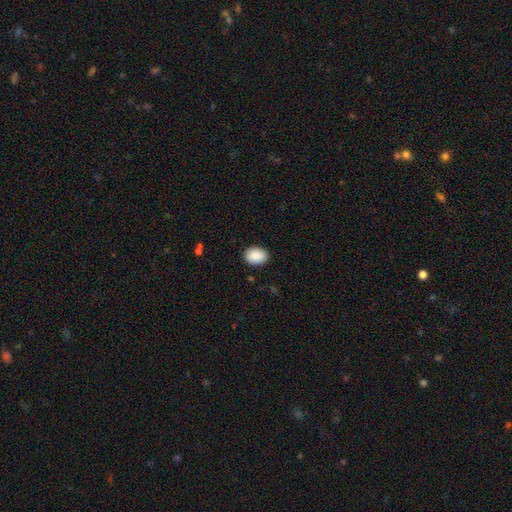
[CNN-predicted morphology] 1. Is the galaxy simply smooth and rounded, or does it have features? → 90% smooth, 7% star or artifact, 3% featured or disk.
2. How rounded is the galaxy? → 69% in between, 30% round, 1% cigar-shaped.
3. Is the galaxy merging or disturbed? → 89% none, 8% minor disturbance, 2% major disturbance, 1% merger.